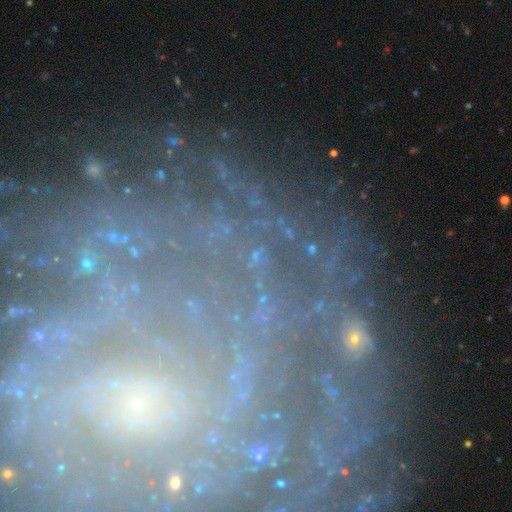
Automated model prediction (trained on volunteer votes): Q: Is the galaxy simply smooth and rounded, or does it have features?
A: star or artifact — 71%.